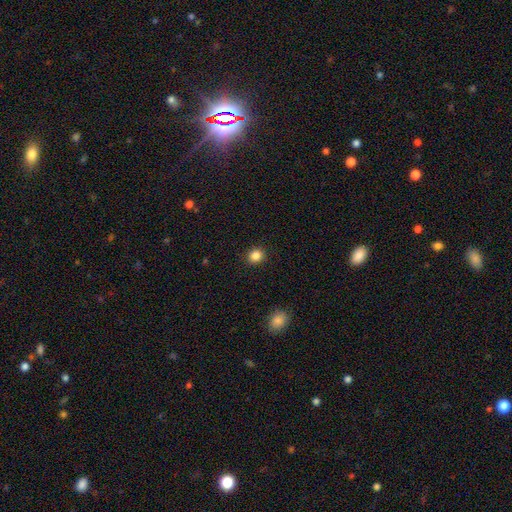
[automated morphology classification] Q: Smooth or featured?
A: smooth (85%); runner-up: star or artifact (11%)
Q: How rounded?
A: round (81%); runner-up: in between (18%)
Q: Merging?
A: none (91%); runner-up: minor disturbance (6%)